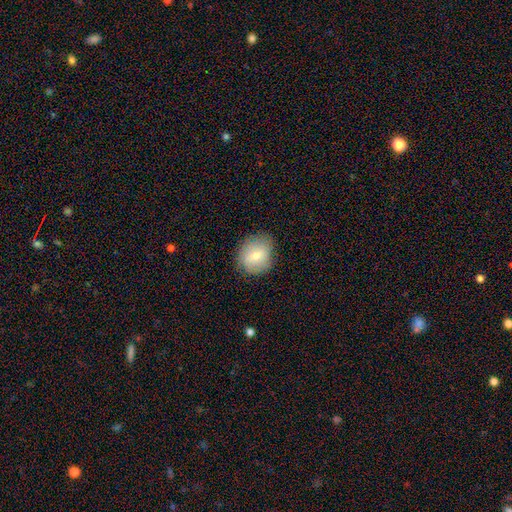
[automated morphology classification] smooth-or-featured: smooth: 68% | featured or disk: 24% | star or artifact: 8%
  how-rounded: round: 69% | in between: 30% | cigar-shaped: 1%
  merging: none: 80% | minor disturbance: 15% | major disturbance: 4% | merger: 1%